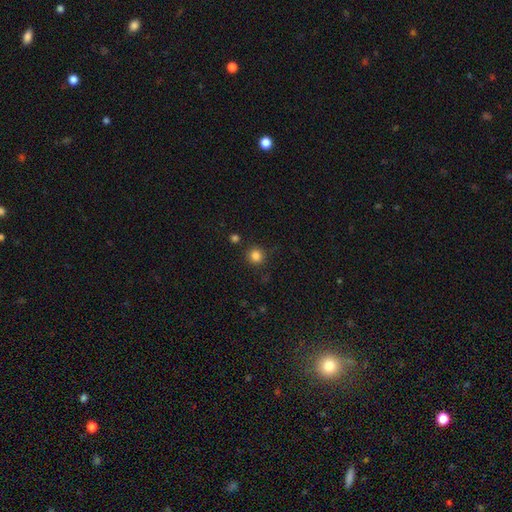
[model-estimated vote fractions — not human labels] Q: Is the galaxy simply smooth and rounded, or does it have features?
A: smooth — 84%.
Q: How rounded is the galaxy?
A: round — 94%.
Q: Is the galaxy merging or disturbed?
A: none — 86%.